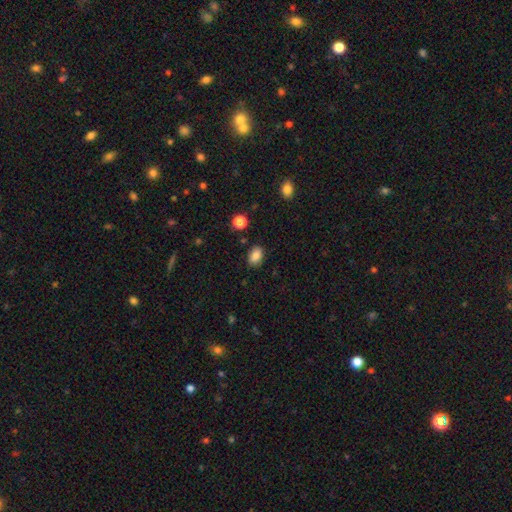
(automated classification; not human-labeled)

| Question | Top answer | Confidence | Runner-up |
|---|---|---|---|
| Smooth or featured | smooth | 85% | star or artifact (9%) |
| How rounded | in between | 83% | round (15%) |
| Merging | none | 85% | minor disturbance (10%) |